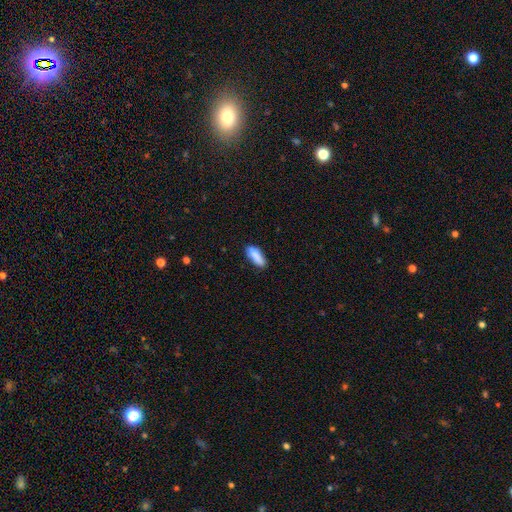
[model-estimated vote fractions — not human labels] Smooth or featured? Predicted: smooth (p=0.86). How rounded? Predicted: in between (p=0.64). Merging? Predicted: none (p=0.81).